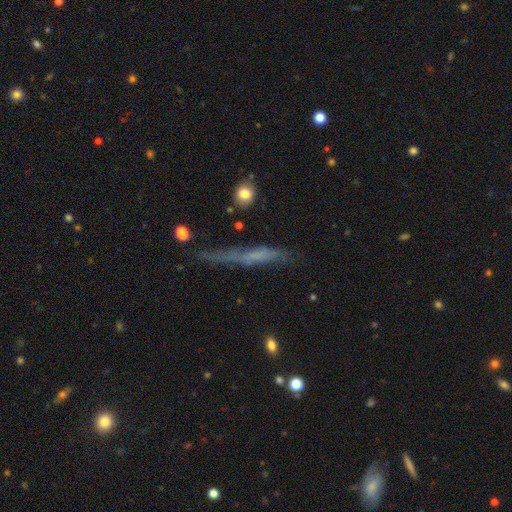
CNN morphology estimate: featured or disk 46%, smooth 44%, star or artifact 10%. Down the decision tree: merging — none (61%).